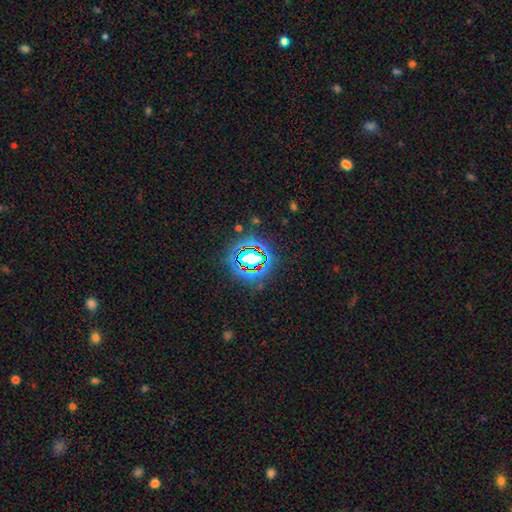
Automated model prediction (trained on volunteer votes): Morphology: type=star or artifact (73%).